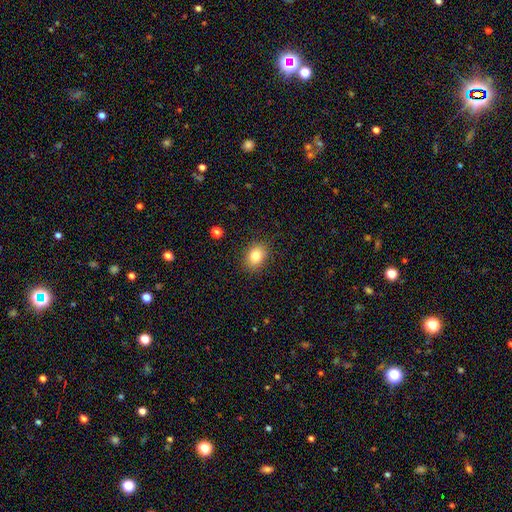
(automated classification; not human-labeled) The model was most divided on "how rounded": in between: 57%, round: 42%, cigar-shaped: 1%. More confident: merging — none (88%); smooth or featured — smooth (81%).